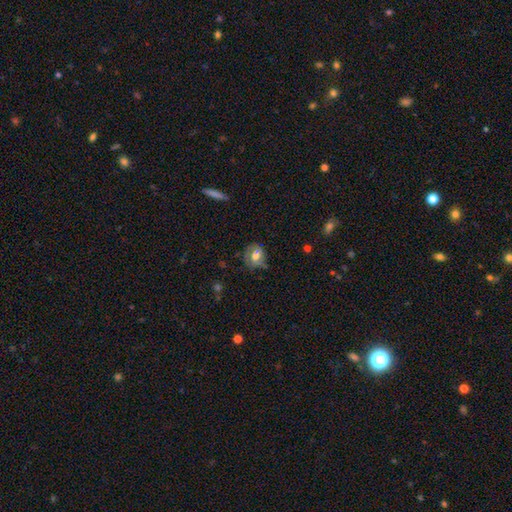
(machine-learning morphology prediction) A smooth galaxy with no disk features (59%) that is round (60%). Merging: none (63%).